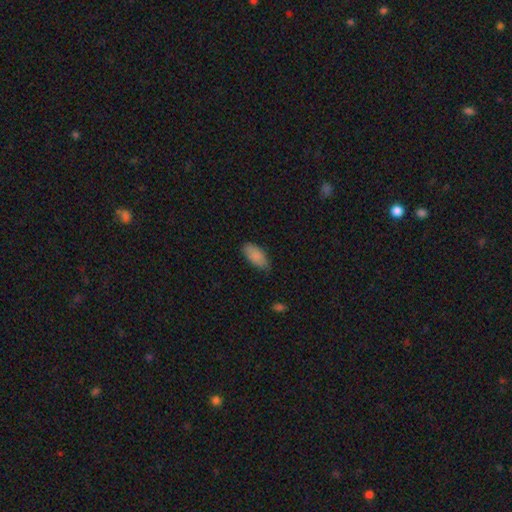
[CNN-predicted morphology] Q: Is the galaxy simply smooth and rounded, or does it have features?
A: smooth — 87%.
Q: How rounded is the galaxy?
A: in between — 89%.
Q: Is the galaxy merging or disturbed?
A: none — 77%.